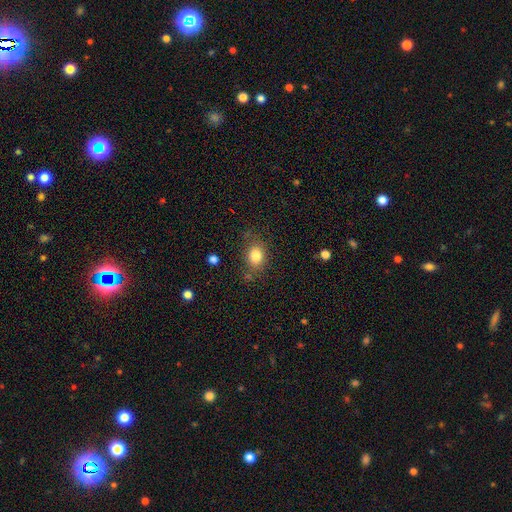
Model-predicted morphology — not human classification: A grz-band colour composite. It shows a smooth galaxy with no disk features (83%) that is in between round and cigar-shaped (59%). Merging: none (76%).